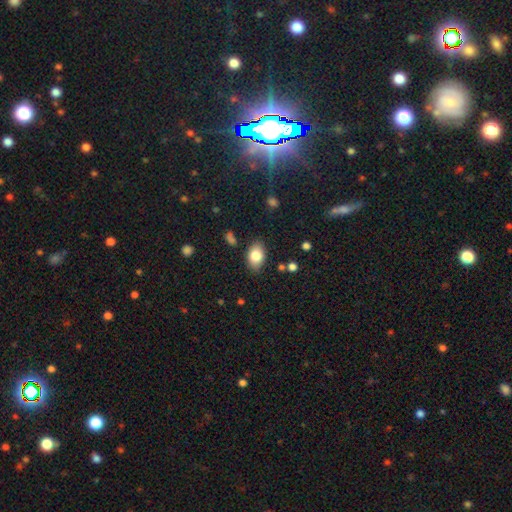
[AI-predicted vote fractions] A smooth galaxy with no disk features (81%) that is in between round and cigar-shaped (85%).

Vote fractions:
- Smooth or featured? smooth: 81% / featured or disk: 11% / star or artifact: 8%
- How rounded? in between: 85% / round: 14% / cigar-shaped: 1%
- Merging? none: 82% / minor disturbance: 12% / major disturbance: 3% / merger: 2%